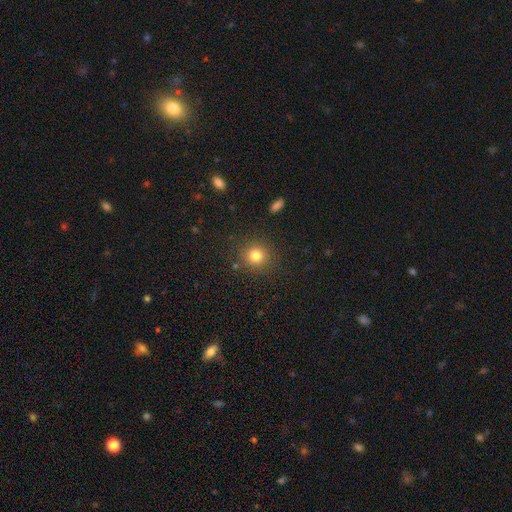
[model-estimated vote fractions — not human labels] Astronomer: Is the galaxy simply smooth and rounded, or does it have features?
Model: smooth — 80%.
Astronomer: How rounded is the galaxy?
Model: round — 91%.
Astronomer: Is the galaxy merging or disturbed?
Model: none — 87%.